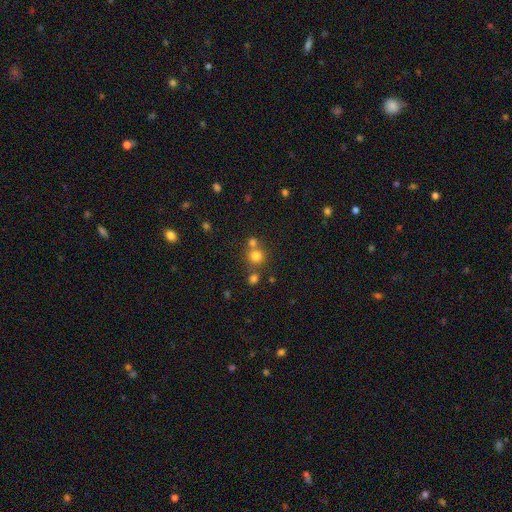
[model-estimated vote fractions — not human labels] Morphology: type=smooth (75%); roundness=round (90%); merging=none (61%).